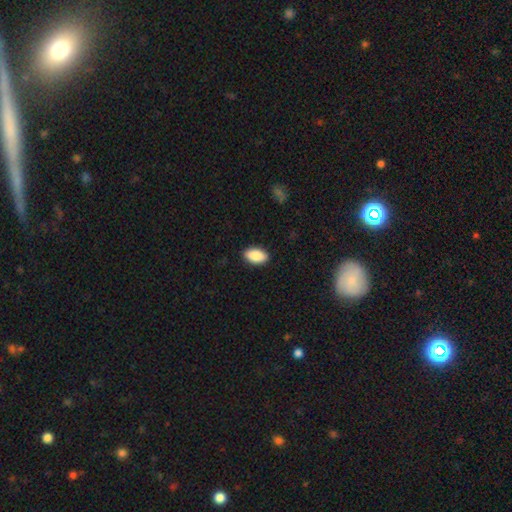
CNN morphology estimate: This is clearly a smooth galaxy (90%). How rounded: clearly in between (94%). Merging: clearly none (89%).